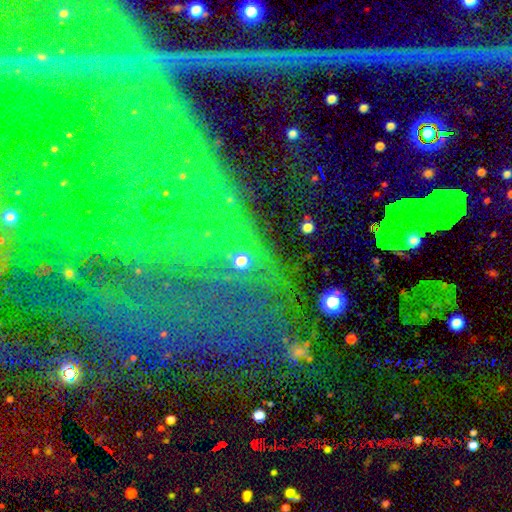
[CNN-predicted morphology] The model was most divided on "smooth or featured": star or artifact: 76%, featured or disk: 15%, smooth: 9%.